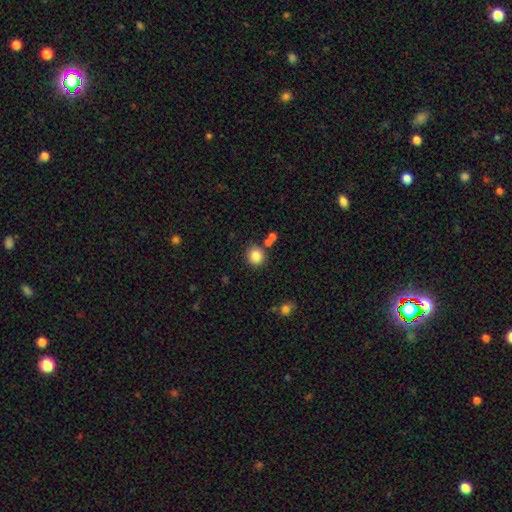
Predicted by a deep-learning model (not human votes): A smooth galaxy with no disk features (85%) that is round (89%).

Vote fractions:
- Smooth or featured? smooth: 85% / star or artifact: 10% / featured or disk: 5%
- How rounded? round: 89% / in between: 10% / cigar-shaped: 1%
- Merging? none: 81% / minor disturbance: 8% / merger: 8% / major disturbance: 3%